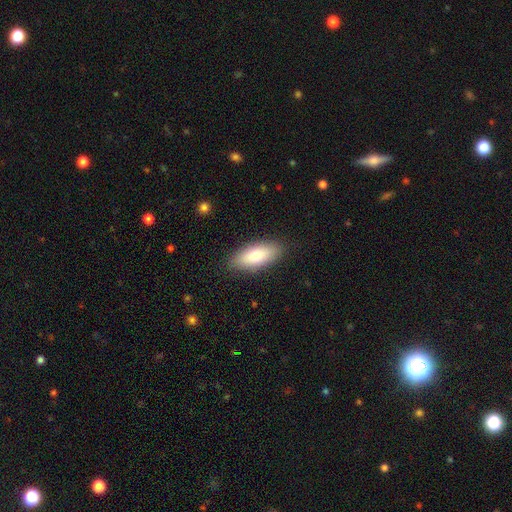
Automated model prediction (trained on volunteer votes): smooth 76%, featured or disk 18%, star or artifact 6%. Down the decision tree: how rounded — in between (84%); merging — none (87%).